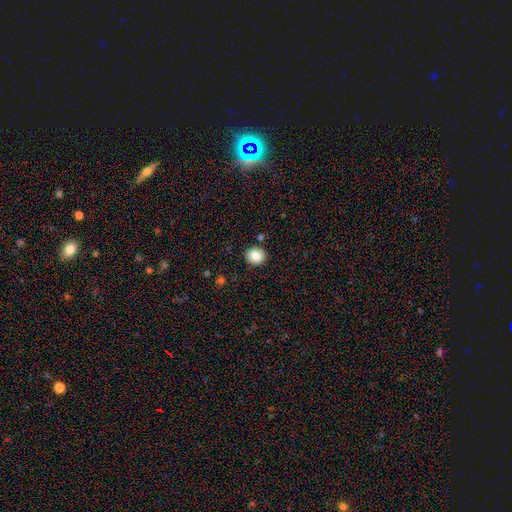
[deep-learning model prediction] smooth-or-featured: smooth: 84% | star or artifact: 9% | featured or disk: 6%
  how-rounded: round: 83% | in between: 16% | cigar-shaped: 1%
  merging: none: 89% | minor disturbance: 7% | merger: 3% | major disturbance: 2%